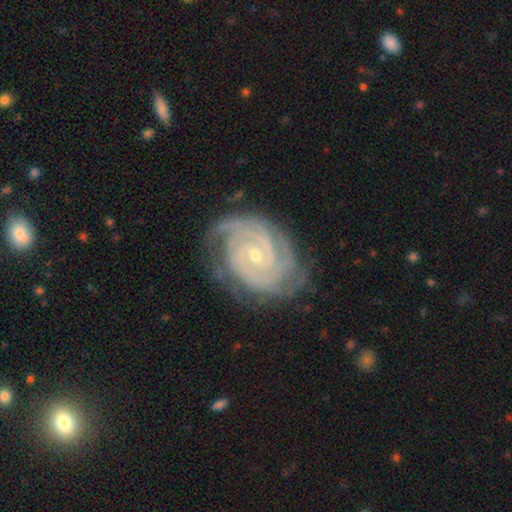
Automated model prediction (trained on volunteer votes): smooth_or_featured: featured or disk (p=0.92) [alt: star or artifact p=0.05]
disk_edge_on: no (p=0.97) [alt: yes p=0.03]
bar: no (p=0.58) [alt: weak p=0.30]
has_spiral_arms: yes (p=0.99) [alt: no p=0.01]
spiral_winding: tight (p=0.83) [alt: medium p=0.15]
spiral_arm_count: 2 (p=0.32) [alt: 3 p=0.27]
bulge_size: small (p=0.71) [alt: moderate p=0.27]
merging: none (p=0.76) [alt: minor disturbance p=0.17]